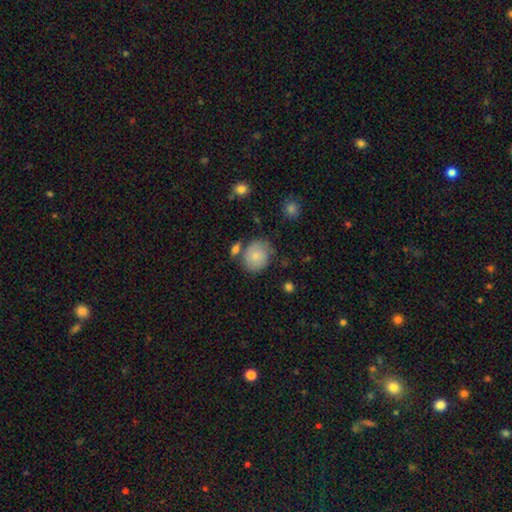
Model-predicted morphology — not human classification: A smooth galaxy with no disk features (79%) that is round (67%).

Vote fractions:
- Smooth or featured? smooth: 79% / featured or disk: 13% / star or artifact: 7%
- How rounded? round: 67% / in between: 32% / cigar-shaped: 1%
- Merging? none: 64% / minor disturbance: 19% / merger: 11% / major disturbance: 6%